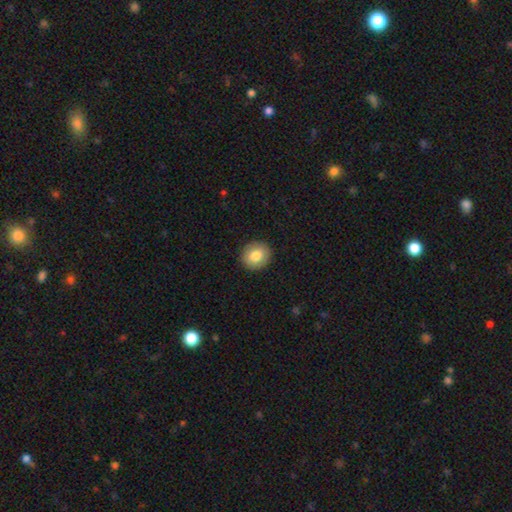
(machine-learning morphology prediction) Q: Smooth or featured?
A: smooth (80%); runner-up: featured or disk (13%)
Q: How rounded?
A: round (82%); runner-up: in between (17%)
Q: Merging?
A: none (91%); runner-up: minor disturbance (6%)